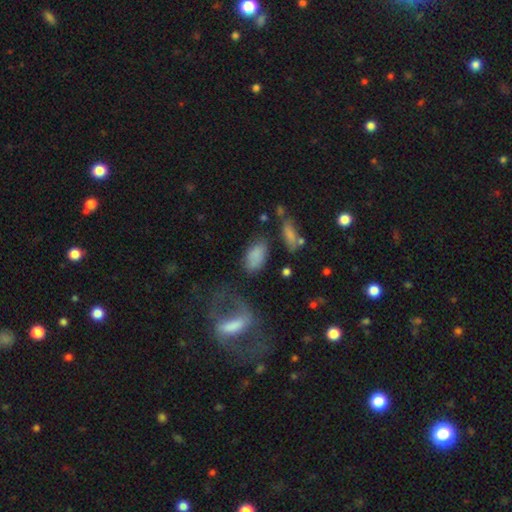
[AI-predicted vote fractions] A smooth galaxy with no disk features (80%) that is in between round and cigar-shaped (91%).

Vote fractions:
- Smooth or featured? smooth: 80% / featured or disk: 10% / star or artifact: 10%
- How rounded? in between: 91% / round: 6% / cigar-shaped: 3%
- Merging? none: 63% / minor disturbance: 20% / major disturbance: 10% / merger: 7%